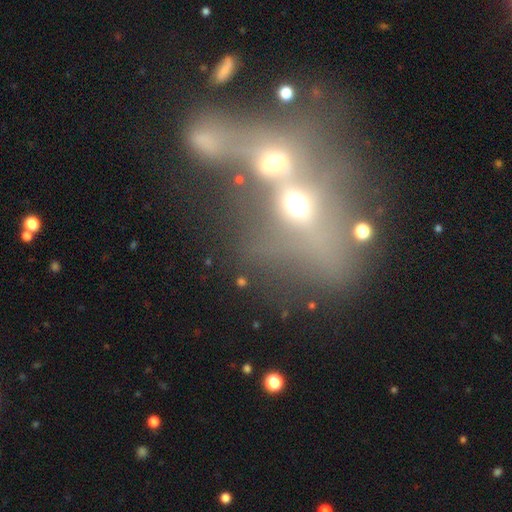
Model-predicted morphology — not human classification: smooth_or_featured: featured or disk (p=0.37) [alt: smooth p=0.32]
merging: merger (p=0.72) [alt: none p=0.13]